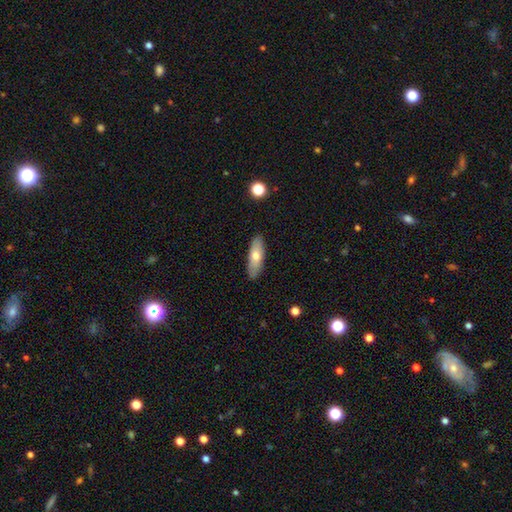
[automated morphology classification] smooth_or_featured: smooth (p=0.67) [alt: featured or disk p=0.27]
how_rounded: in between (p=0.59) [alt: cigar-shaped p=0.38]
merging: none (p=0.88) [alt: minor disturbance p=0.09]